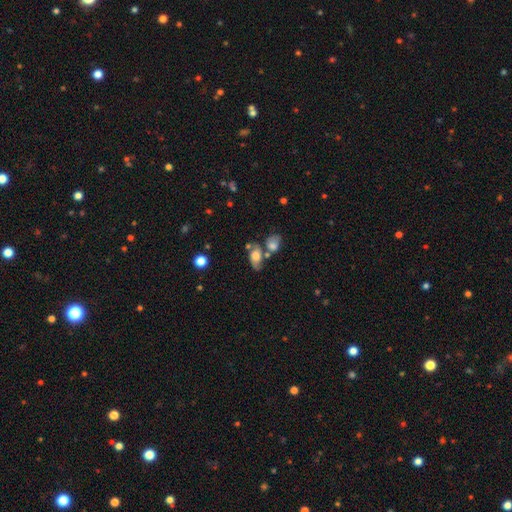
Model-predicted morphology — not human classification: type=smooth (50%); roundness=in between (81%); merging=none (42%).